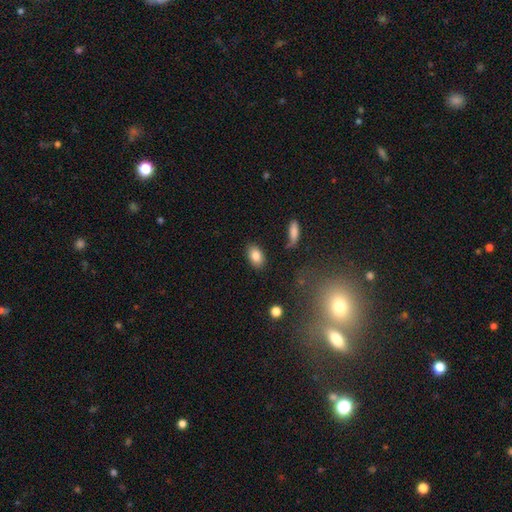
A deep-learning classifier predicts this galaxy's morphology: smooth_or_featured: smooth (p=0.84) [alt: star or artifact p=0.08]
how_rounded: in between (p=0.88) [alt: round p=0.10]
merging: none (p=0.84) [alt: minor disturbance p=0.11]